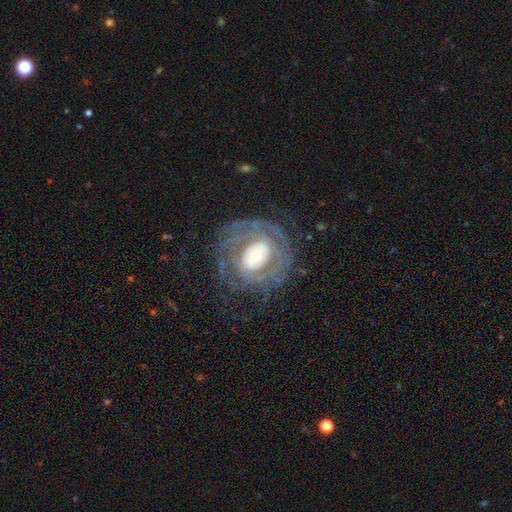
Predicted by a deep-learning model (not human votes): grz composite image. It shows a featured or disk galaxy (79%) with no bar (65%), tight (66%) spiral arms (72%) and a moderate central bulge (57%). Merging: none (69%).